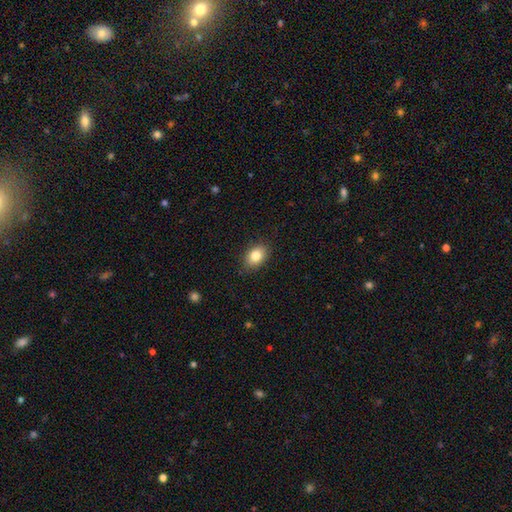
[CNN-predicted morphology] Smooth or featured? Predicted: smooth (p=0.83). How rounded? Predicted: in between (p=0.81). Merging? Predicted: none (p=0.84).